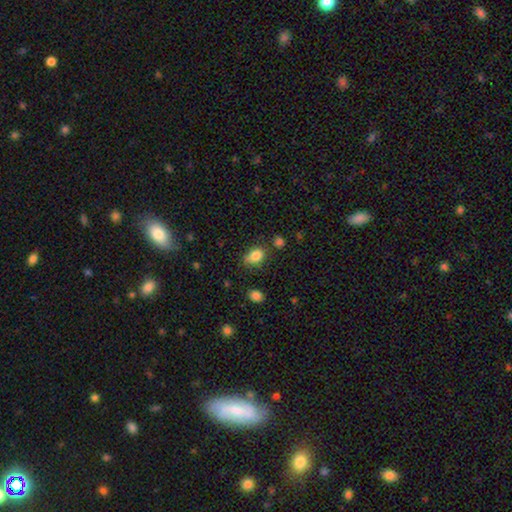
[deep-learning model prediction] Smooth or featured? smooth (84%)
How rounded? in between (75%)
Merging? none (63%)